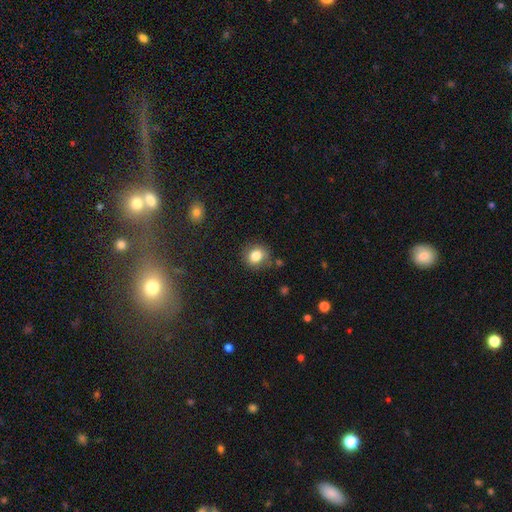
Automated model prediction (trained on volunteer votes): smooth-or-featured: smooth: 82% | star or artifact: 10% | featured or disk: 8%
  how-rounded: round: 76% | in between: 23% | cigar-shaped: 1%
  merging: none: 78% | minor disturbance: 15% | major disturbance: 4% | merger: 3%